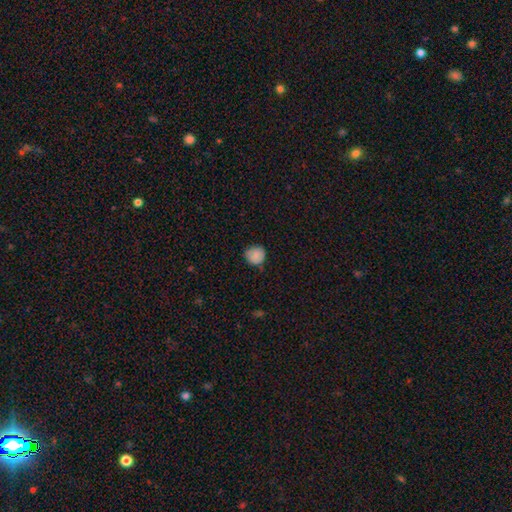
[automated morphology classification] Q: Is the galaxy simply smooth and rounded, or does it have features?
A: smooth — 84%.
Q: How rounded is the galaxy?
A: round — 88%.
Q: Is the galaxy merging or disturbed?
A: none — 73%.